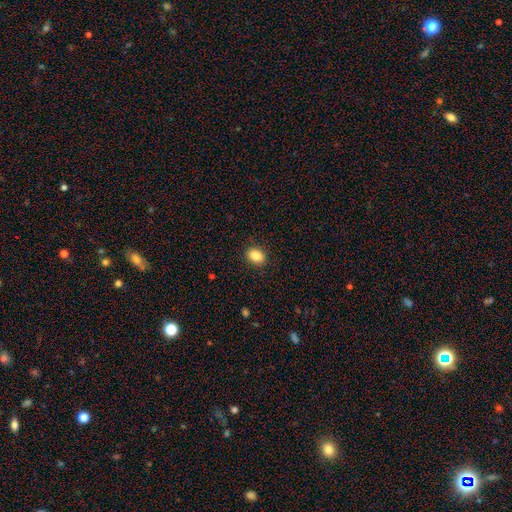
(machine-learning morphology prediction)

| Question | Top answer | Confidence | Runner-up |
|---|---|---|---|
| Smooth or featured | smooth | 87% | star or artifact (9%) |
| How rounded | in between | 69% | round (29%) |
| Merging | none | 89% | minor disturbance (8%) |